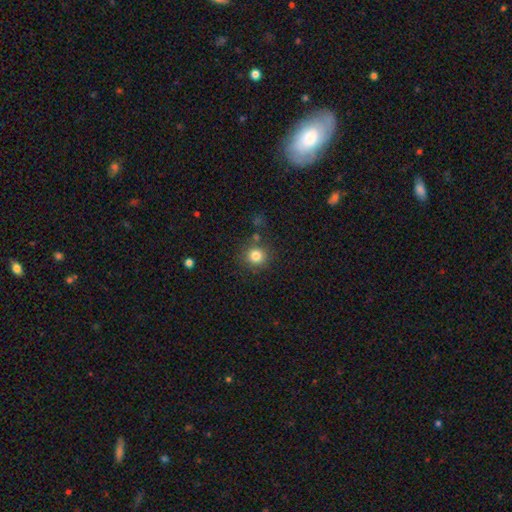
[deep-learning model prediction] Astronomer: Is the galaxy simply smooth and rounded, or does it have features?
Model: smooth — 82%.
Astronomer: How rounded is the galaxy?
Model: round — 92%.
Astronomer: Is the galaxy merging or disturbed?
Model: none — 81%.